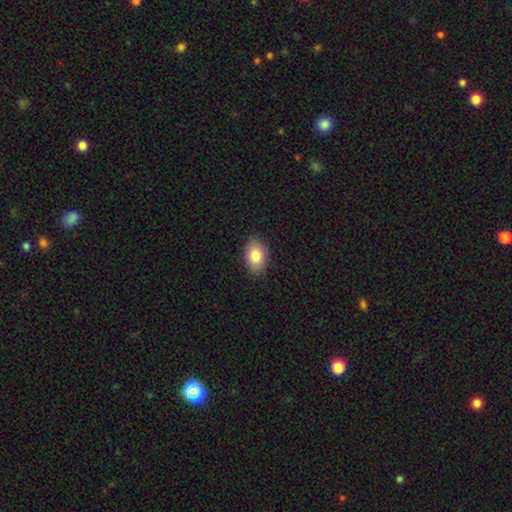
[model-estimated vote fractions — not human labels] Overall: smooth (82%). How rounded: in between (87%). Merging: none (88%).